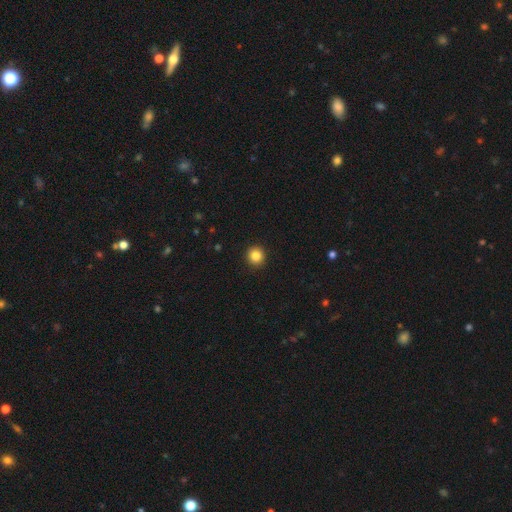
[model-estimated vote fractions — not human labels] smooth 85%, star or artifact 10%, featured or disk 5%. Down the decision tree: how rounded — round (95%); merging — none (93%).